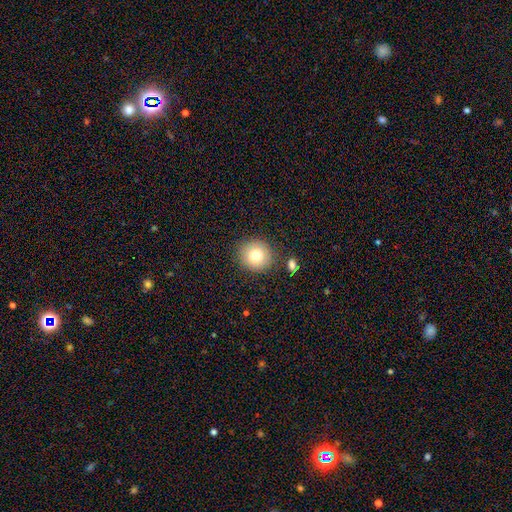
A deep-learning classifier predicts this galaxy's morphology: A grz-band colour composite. It shows a smooth galaxy with no disk features (80%) that is round (89%). Merging: none (84%).